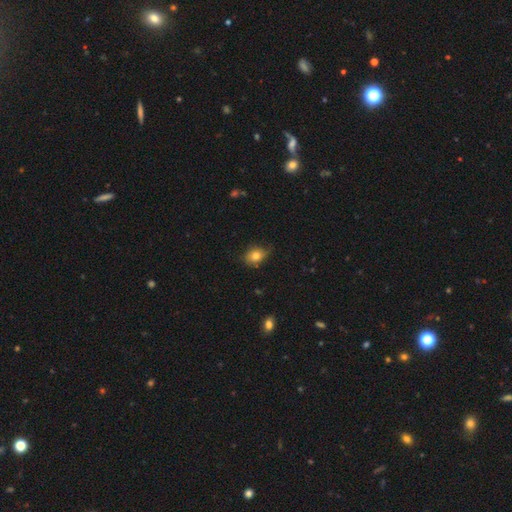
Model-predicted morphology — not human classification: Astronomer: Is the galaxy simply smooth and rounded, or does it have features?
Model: smooth — 79%.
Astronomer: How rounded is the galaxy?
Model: in between — 62%.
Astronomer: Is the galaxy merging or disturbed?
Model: none — 64%.